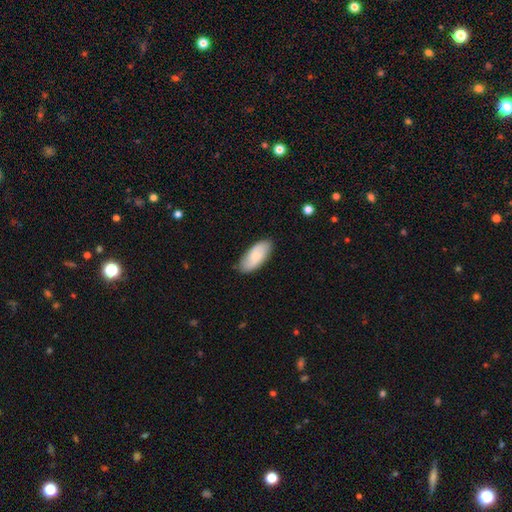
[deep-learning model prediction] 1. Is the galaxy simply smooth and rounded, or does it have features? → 68% smooth, 26% featured or disk, 6% star or artifact.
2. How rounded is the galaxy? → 89% in between, 9% cigar-shaped, 2% round.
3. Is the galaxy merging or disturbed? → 82% none, 15% minor disturbance, 2% major disturbance, 1% merger.